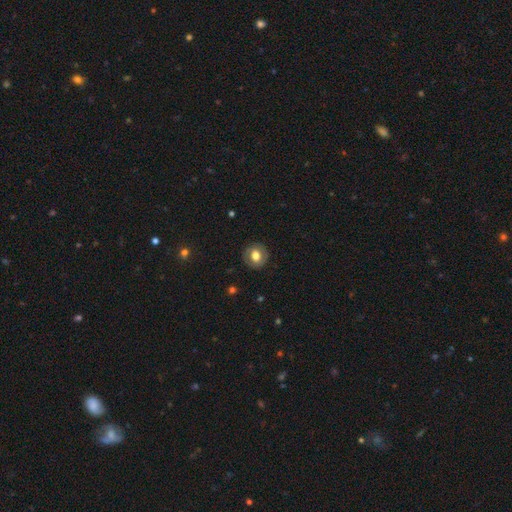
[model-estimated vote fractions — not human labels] This is likely a smooth galaxy (65%). How rounded: clearly round (82%). Merging: clearly none (87%).